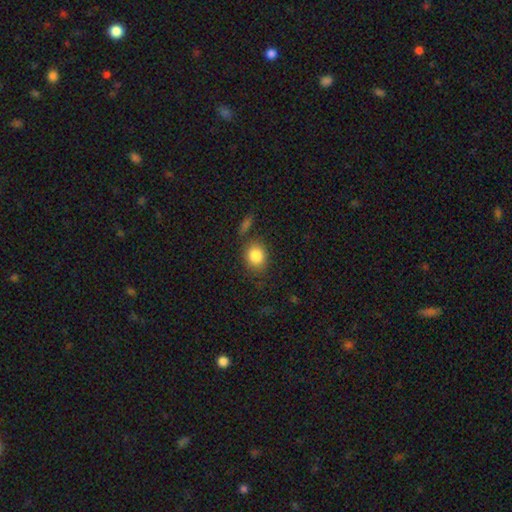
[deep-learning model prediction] The model was most divided on "how rounded": round: 62%, in between: 37%, cigar-shaped: 1%. More confident: smooth or featured — smooth (85%); merging — none (72%).